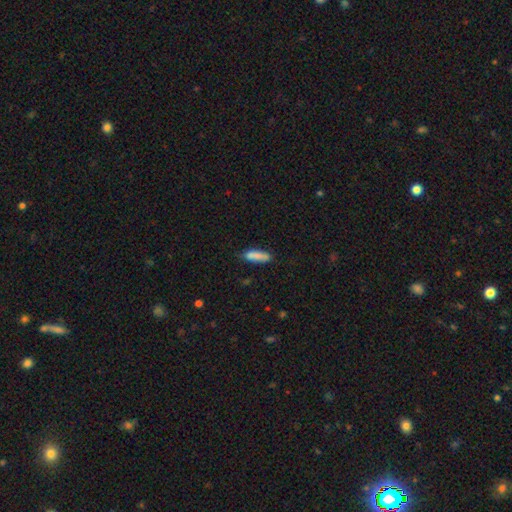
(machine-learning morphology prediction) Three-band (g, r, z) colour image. It shows a smooth galaxy with no disk features (84%) that is cigar-shaped (59%). Merging: none (70%).